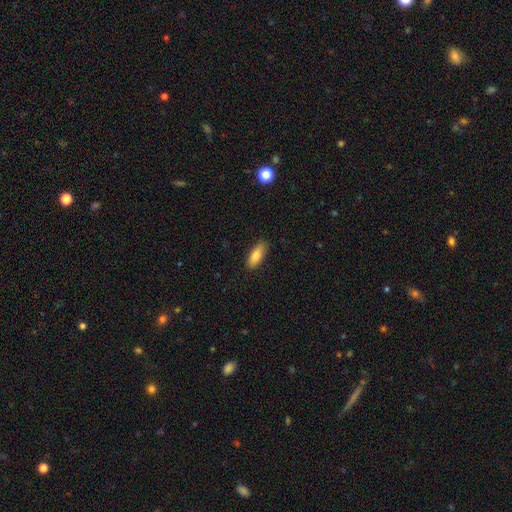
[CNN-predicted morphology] type=smooth (85%); roundness=in between (76%); merging=none (85%).